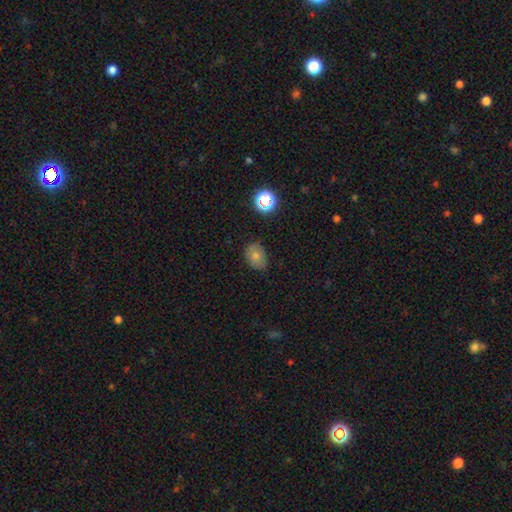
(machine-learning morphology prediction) Smooth or featured? smooth (75%)
How rounded? in between (66%)
Merging? none (75%)